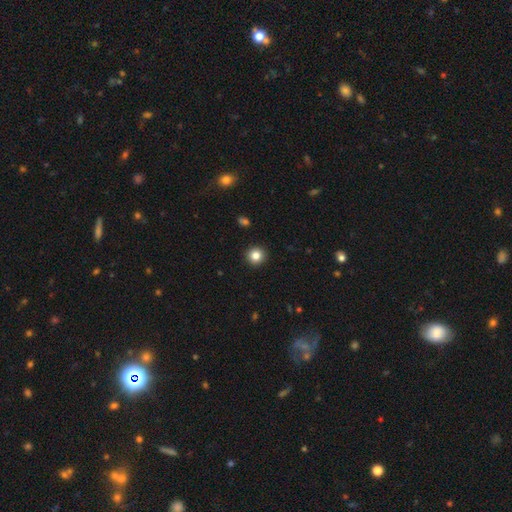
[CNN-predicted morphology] The model was most divided on "smooth or featured": smooth: 84%, star or artifact: 11%, featured or disk: 5%. More confident: how rounded — round (94%); merging — none (93%).